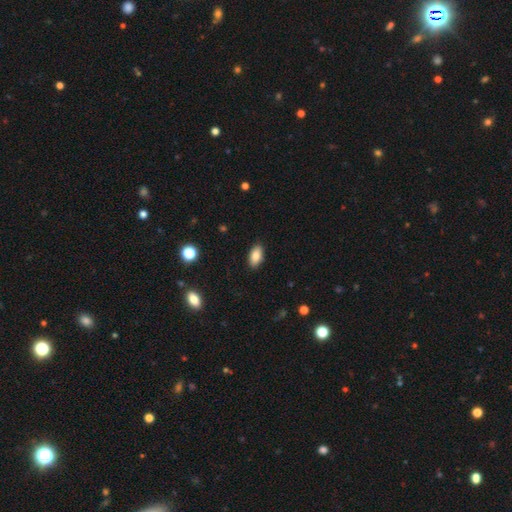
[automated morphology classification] Smooth or featured: smooth — 83% (featured or disk — 9%)
How rounded: in between — 92% (cigar-shaped — 4%)
Merging: none — 88% (minor disturbance — 9%)